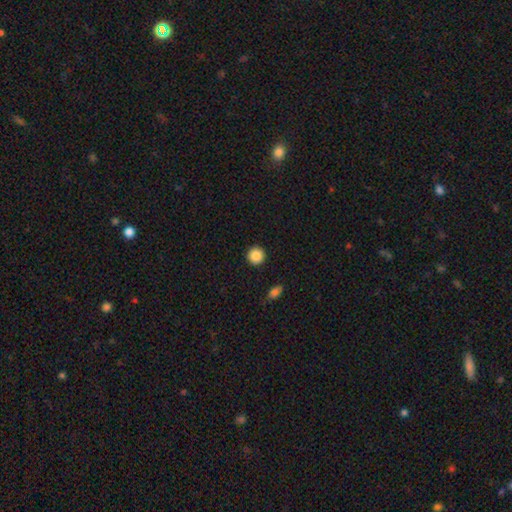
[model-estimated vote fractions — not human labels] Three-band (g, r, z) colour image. It shows a smooth galaxy with no disk features (87%) that is round (95%). Merging: none (92%).